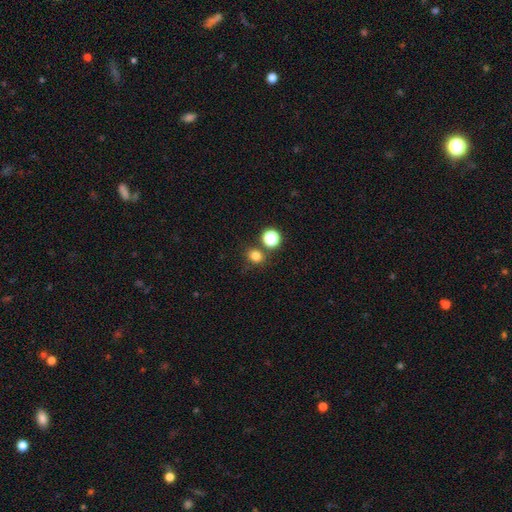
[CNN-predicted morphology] Smooth or featured: smooth — 78% (star or artifact — 17%)
How rounded: round — 73% (in between — 26%)
Merging: none — 74% (merger — 12%)